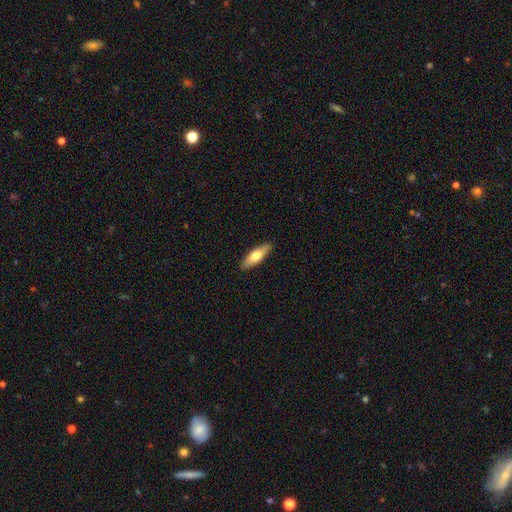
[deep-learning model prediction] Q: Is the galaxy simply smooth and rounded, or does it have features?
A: smooth — 65%.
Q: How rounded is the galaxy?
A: in between — 53%.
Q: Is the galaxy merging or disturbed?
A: none — 89%.